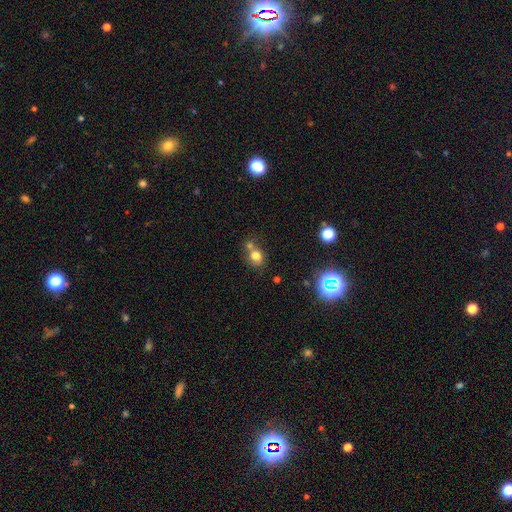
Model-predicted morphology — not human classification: type=smooth (74%); roundness=round (63%); merging=none (44%).